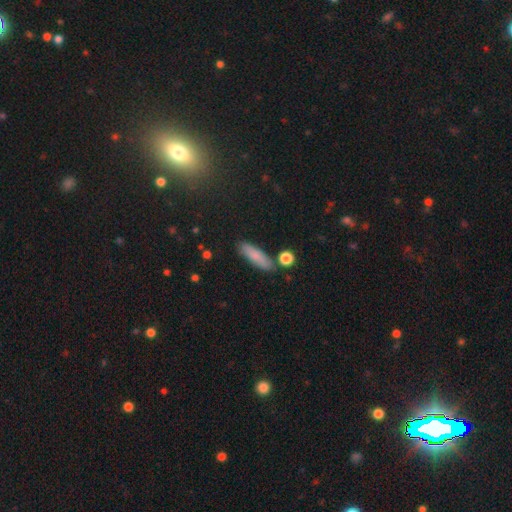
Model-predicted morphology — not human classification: smooth_or_featured: smooth (p=0.79) [alt: featured or disk p=0.14]
how_rounded: cigar-shaped (p=0.60) [alt: in between p=0.37]
merging: none (p=0.80) [alt: minor disturbance p=0.12]